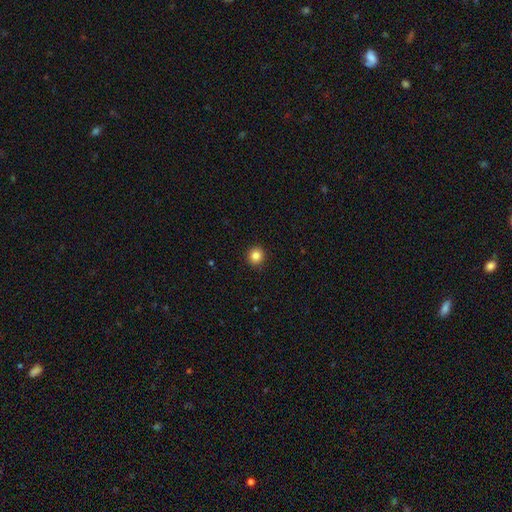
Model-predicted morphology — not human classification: Q: Smooth or featured?
A: smooth (84%); runner-up: star or artifact (11%)
Q: How rounded?
A: round (93%); runner-up: in between (6%)
Q: Merging?
A: none (93%); runner-up: minor disturbance (5%)